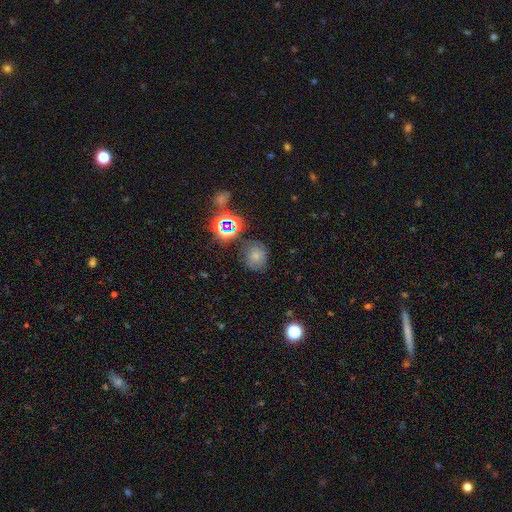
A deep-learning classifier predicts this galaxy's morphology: A smooth galaxy with no disk features (60%) that is round (71%). Merging: none (73%).